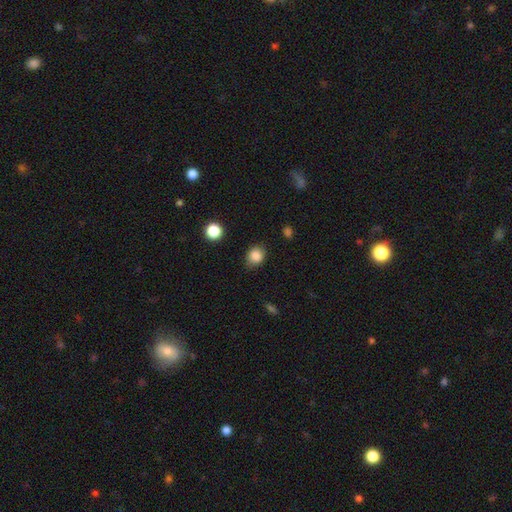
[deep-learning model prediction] This is clearly a smooth galaxy (86%). How rounded: possibly round (58%). Merging: likely none (77%).